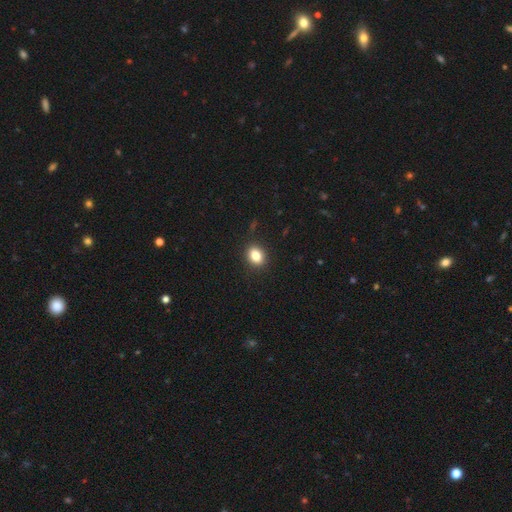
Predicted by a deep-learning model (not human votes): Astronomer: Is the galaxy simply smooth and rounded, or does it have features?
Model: smooth — 83%.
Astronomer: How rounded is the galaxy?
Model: in between — 61% (runner-up: round, 38%).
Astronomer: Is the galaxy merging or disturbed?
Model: none — 89%.